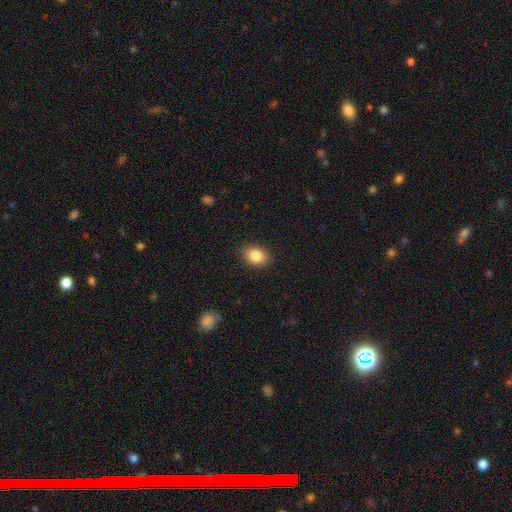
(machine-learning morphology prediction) A smooth galaxy with no disk features (85%) that is in between round and cigar-shaped (74%). Merging: none (89%).